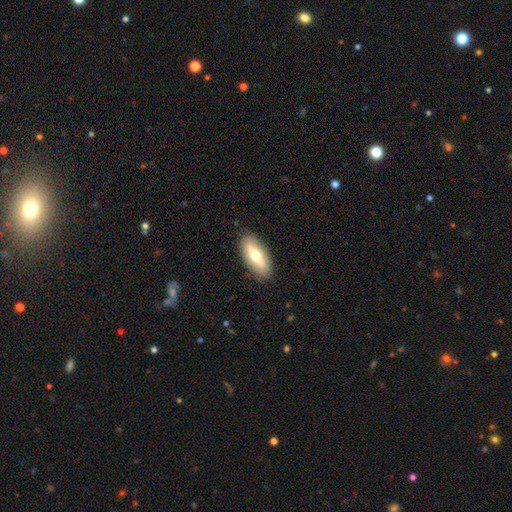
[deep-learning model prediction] The model was most divided on "smooth or featured": smooth: 64%, featured or disk: 30%, star or artifact: 6%. More confident: merging — none (87%); how rounded — in between (83%).